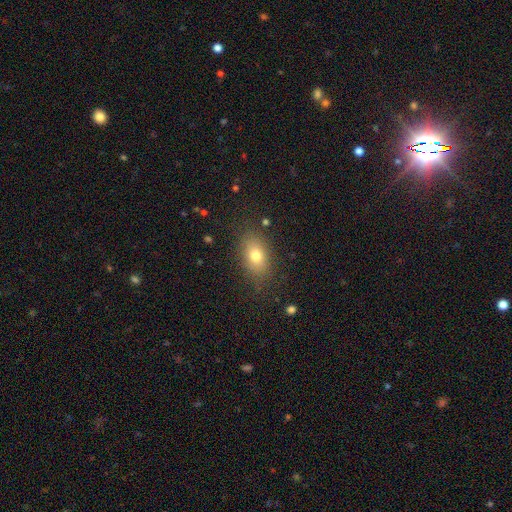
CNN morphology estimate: This is likely a smooth galaxy (76%). How rounded: clearly in between (82%). Merging: clearly none (82%).